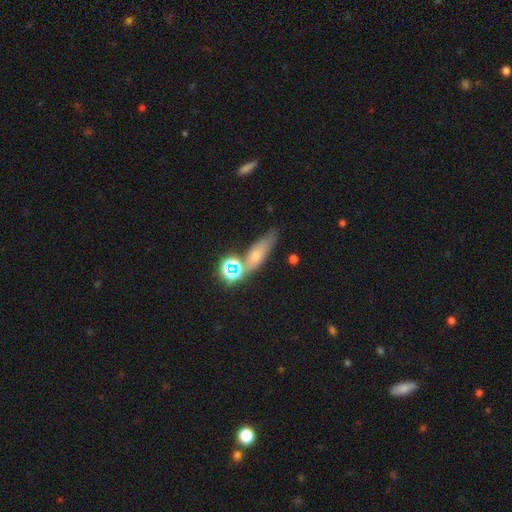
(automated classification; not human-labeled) Overall: smooth (47%; featured or disk 27%). Merging: none (65%).